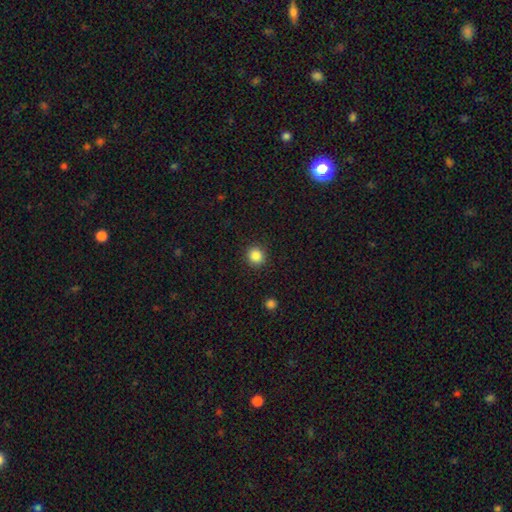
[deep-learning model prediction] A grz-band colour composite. It shows a smooth galaxy with no disk features (86%) that is round (91%). Merging: none (91%).